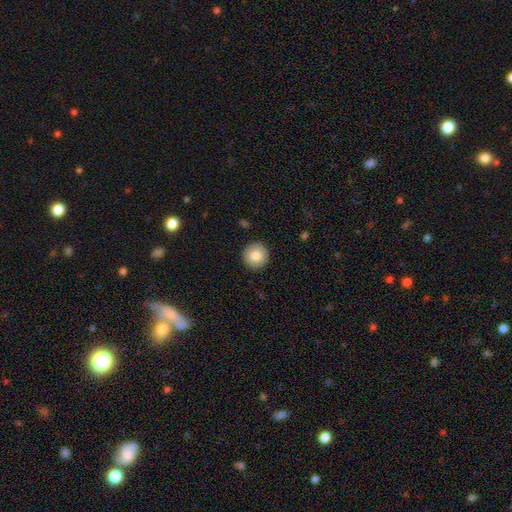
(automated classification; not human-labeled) smooth-or-featured: smooth: 80% | featured or disk: 12% | star or artifact: 8%
  how-rounded: round: 95% | in between: 4% | cigar-shaped: 1%
  merging: none: 92% | minor disturbance: 5% | major disturbance: 2% | merger: 1%